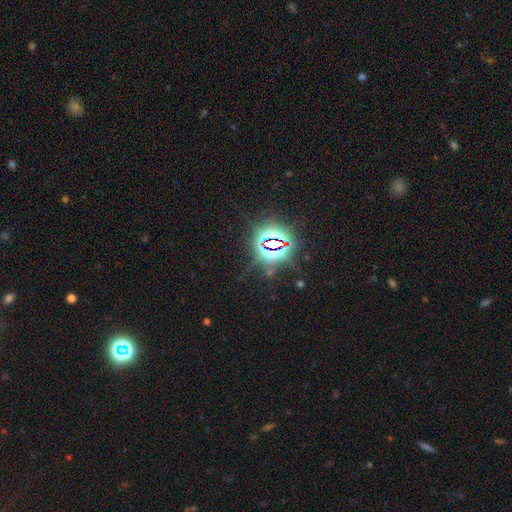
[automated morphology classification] A star or artifact, not a galaxy (83%).

Vote fractions:
- Smooth or featured? star or artifact: 83% / smooth: 10% / featured or disk: 7%